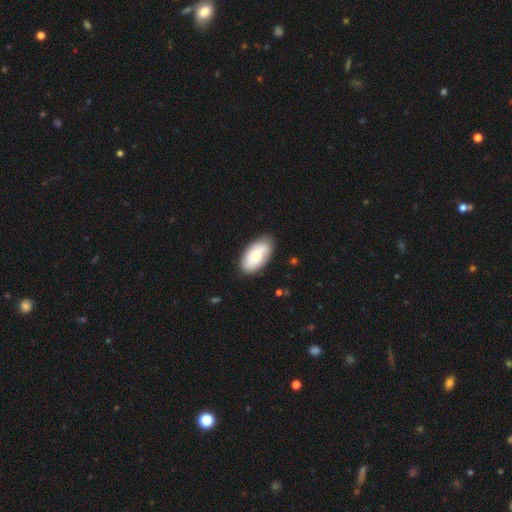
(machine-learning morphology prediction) smooth-or-featured: smooth: 66% | featured or disk: 28% | star or artifact: 6%
  how-rounded: in between: 95% | round: 3% | cigar-shaped: 3%
  merging: none: 83% | minor disturbance: 13% | major disturbance: 3% | merger: 1%